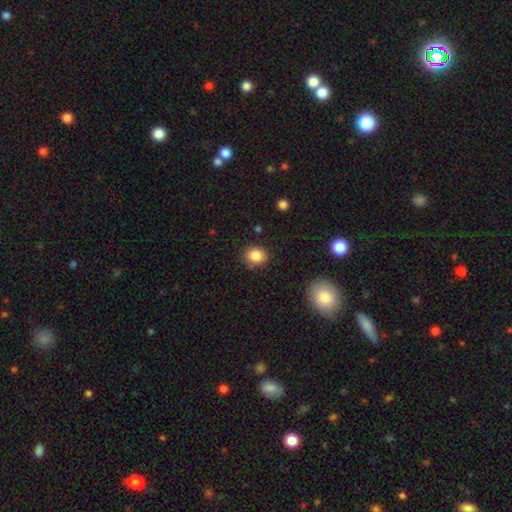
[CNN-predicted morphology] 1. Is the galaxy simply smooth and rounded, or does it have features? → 85% smooth, 10% star or artifact, 5% featured or disk.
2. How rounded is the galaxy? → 72% round, 27% in between, 1% cigar-shaped.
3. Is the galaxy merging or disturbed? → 83% none, 13% minor disturbance, 3% major disturbance, 2% merger.